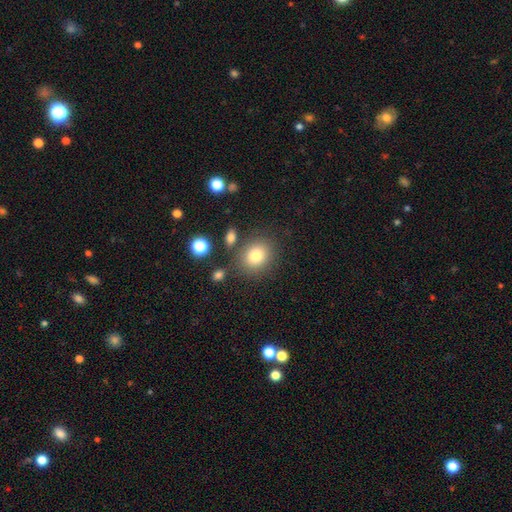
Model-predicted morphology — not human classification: Smooth or featured? Predicted: smooth (p=0.80). How rounded? Predicted: round (p=0.70). Merging? Predicted: none (p=0.78).